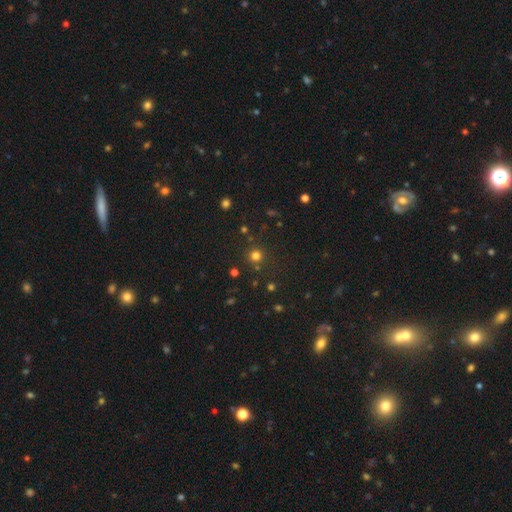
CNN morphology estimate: This appears to be a smooth galaxy with no disk features (73%) that is round (94%). Merging: none (84%).